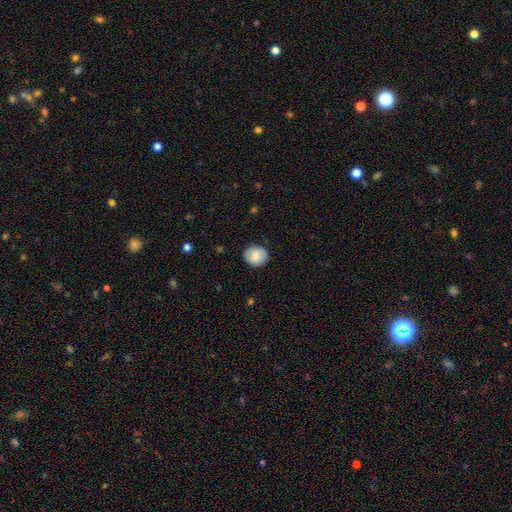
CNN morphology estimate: Smooth or featured?
  - smooth: 80% *
  - featured or disk: 13%
  - star or artifact: 7%
How rounded?
  - round: 70% *
  - in between: 29%
  - cigar-shaped: 1%
Merging?
  - none: 86% *
  - minor disturbance: 11%
  - major disturbance: 2%
  - merger: 1%